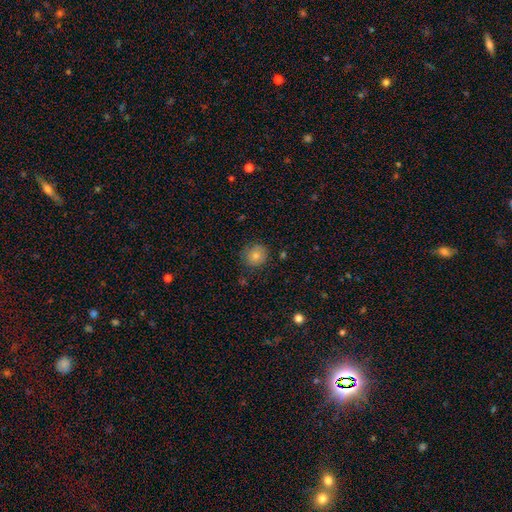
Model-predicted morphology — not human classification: smooth 81%, star or artifact 11%, featured or disk 8%. Down the decision tree: how rounded — round (89%); merging — none (83%).